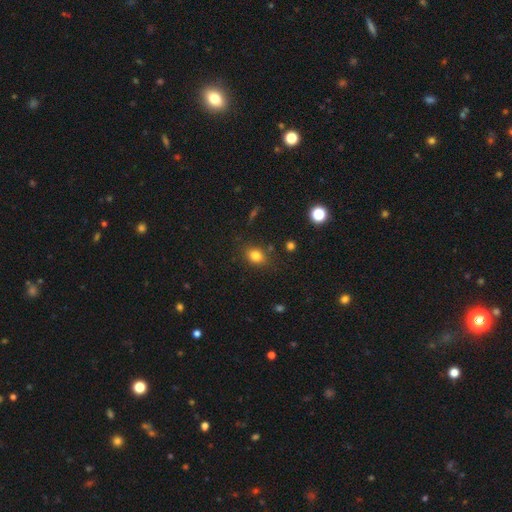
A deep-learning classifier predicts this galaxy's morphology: A smooth galaxy with no disk features (80%) that is in between round and cigar-shaped (55%). Merging: none (79%).